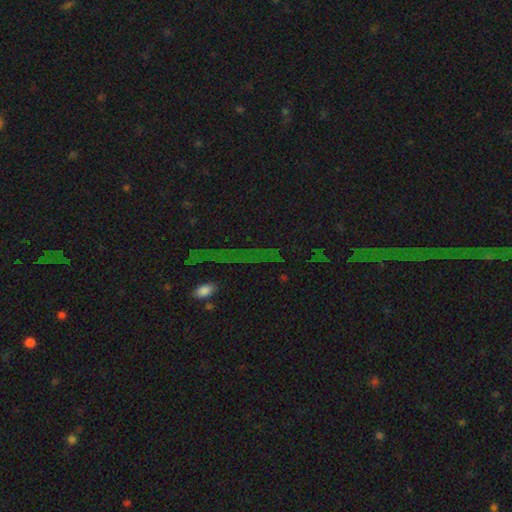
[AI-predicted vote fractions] Smooth or featured? Predicted: star or artifact (p=0.72).